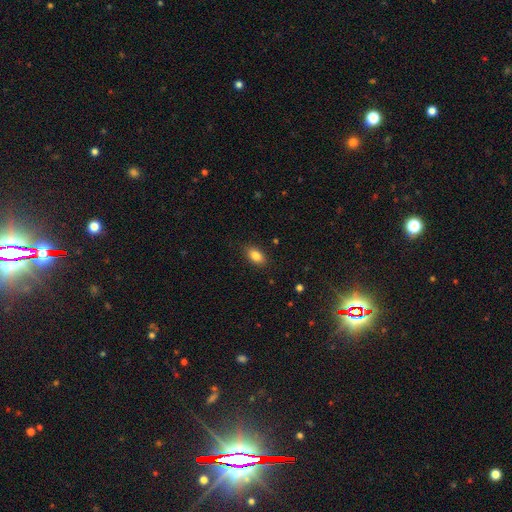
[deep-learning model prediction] Smooth or featured?
  - smooth: 85% *
  - star or artifact: 8%
  - featured or disk: 7%
How rounded?
  - in between: 89% *
  - round: 9%
  - cigar-shaped: 3%
Merging?
  - none: 86% *
  - minor disturbance: 10%
  - major disturbance: 2%
  - merger: 1%